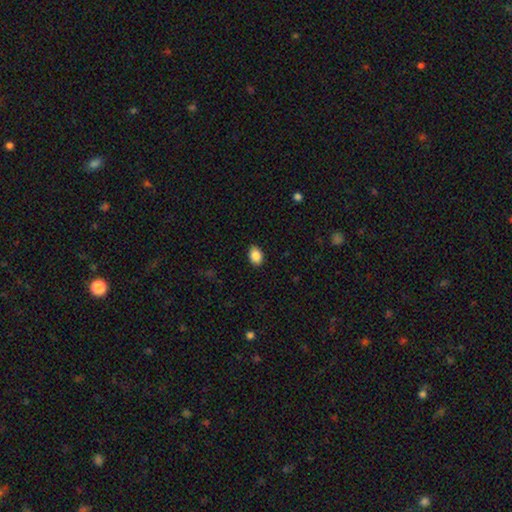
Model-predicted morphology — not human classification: This appears to be a smooth galaxy with no disk features (87%) that is in between round and cigar-shaped (76%). Merging: none (88%).